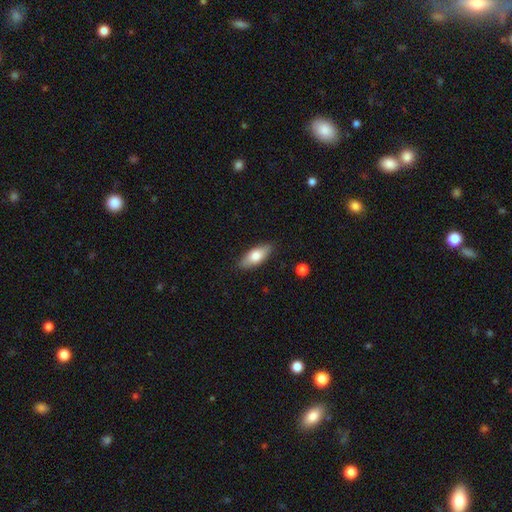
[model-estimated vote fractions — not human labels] Smooth or featured?
  - smooth: 72% *
  - featured or disk: 22%
  - star or artifact: 6%
How rounded?
  - in between: 77% *
  - cigar-shaped: 20%
  - round: 3%
Merging?
  - none: 86% *
  - minor disturbance: 10%
  - major disturbance: 2%
  - merger: 1%